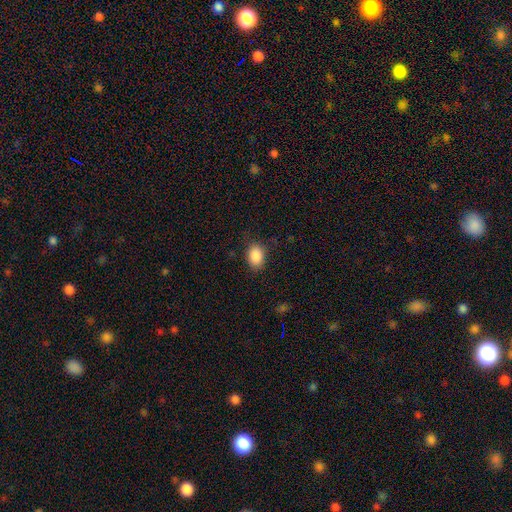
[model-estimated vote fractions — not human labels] The model was most divided on "how rounded": in between: 76%, round: 23%, cigar-shaped: 1%. More confident: smooth or featured — smooth (89%); merging — none (83%).